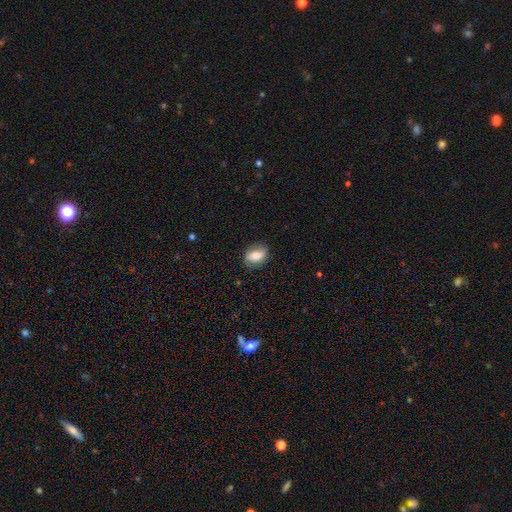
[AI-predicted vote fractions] This is possibly a smooth galaxy (60%). How rounded: likely in between (72%). Merging: clearly none (80%).